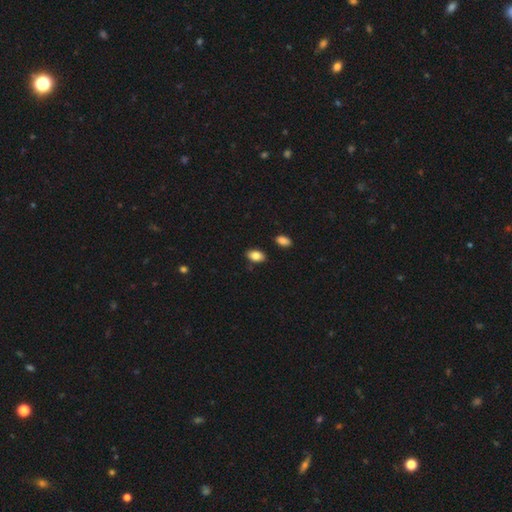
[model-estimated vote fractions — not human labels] Smooth or featured?
  - smooth: 86% *
  - star or artifact: 8%
  - featured or disk: 6%
How rounded?
  - in between: 90% *
  - round: 9%
  - cigar-shaped: 2%
Merging?
  - none: 86% *
  - minor disturbance: 9%
  - merger: 3%
  - major disturbance: 2%